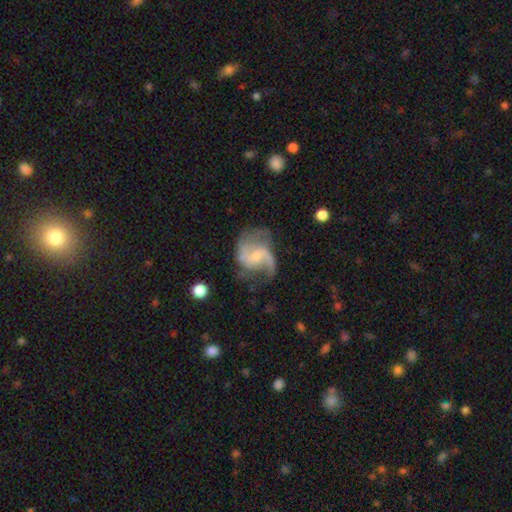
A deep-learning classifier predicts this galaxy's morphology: A featured or disk galaxy (86%) with a weak bar (50%), 2 (81%) loose (53%) spiral arms (95%) and a small central bulge (55%).

Vote fractions:
- Smooth or featured? featured or disk: 86% / smooth: 9% / star or artifact: 6%
- Edge-on disk? no: 98% / yes: 2%
- Bar? weak: 50% / no: 36% / strong: 14%
- Spiral arms? yes: 95% / no: 5%
- Spiral winding? loose: 53% / medium: 39% / tight: 8%
- Spiral arm count? 2: 81% / 1: 6% / can't tell: 5% / 3: 4% / 4: 2% / more than 4: 2%
- Bulge size? small: 55% / moderate: 34% / none: 8% / large: 2% / dominant: 1%
- Merging? none: 54% / minor disturbance: 23% / major disturbance: 20% / merger: 3%